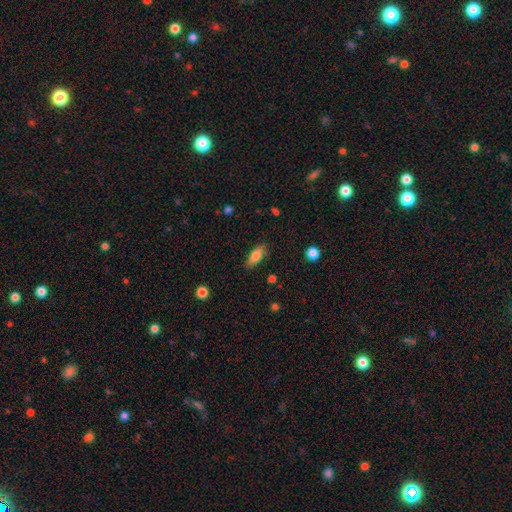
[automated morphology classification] Q: Smooth or featured?
A: smooth (81%); runner-up: featured or disk (12%)
Q: How rounded?
A: in between (79%); runner-up: cigar-shaped (18%)
Q: Merging?
A: none (82%); runner-up: minor disturbance (14%)